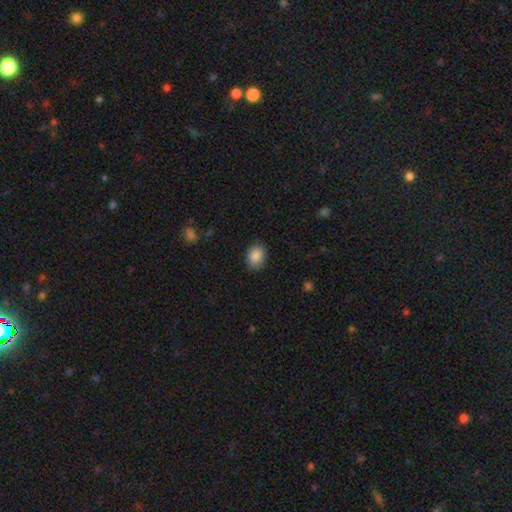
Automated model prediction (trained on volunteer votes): Smooth or featured? Predicted: smooth (p=0.88). How rounded? Predicted: in between (p=0.73). Merging? Predicted: none (p=0.85).